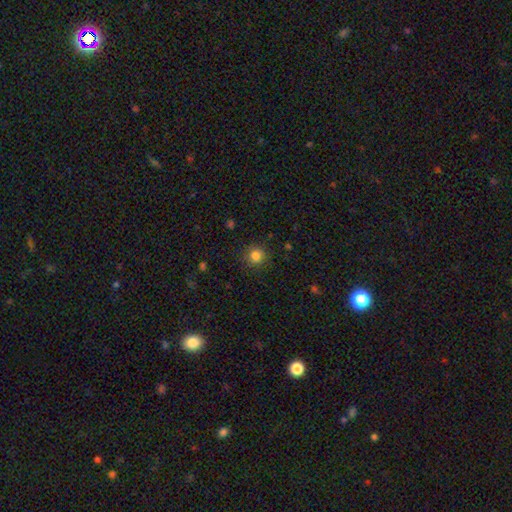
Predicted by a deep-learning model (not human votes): Morphology: type=smooth (83%); roundness=round (94%); merging=none (89%).